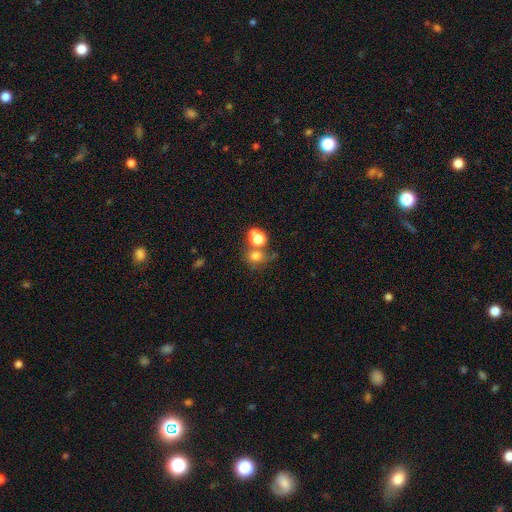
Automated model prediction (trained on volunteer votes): Smooth or featured? Predicted: smooth (p=0.71). How rounded? Predicted: round (p=0.70). Merging? Predicted: none (p=0.46).